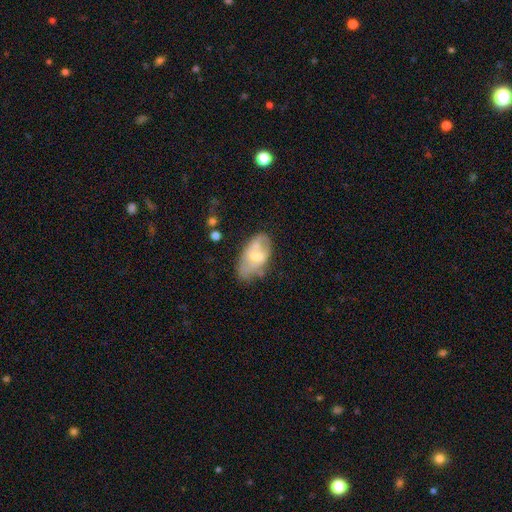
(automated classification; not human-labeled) The model was most divided on "smooth or featured": smooth: 48%, featured or disk: 45%, star or artifact: 7%. More confident: merging — none (52%).